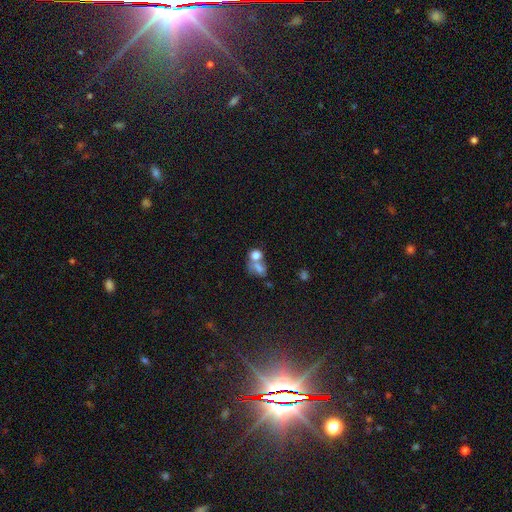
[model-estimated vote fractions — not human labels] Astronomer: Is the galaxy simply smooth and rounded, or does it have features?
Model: smooth — 71%.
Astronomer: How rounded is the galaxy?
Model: in between — 55% (runner-up: round, 43%).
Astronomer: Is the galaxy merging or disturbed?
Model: merger — 63%.